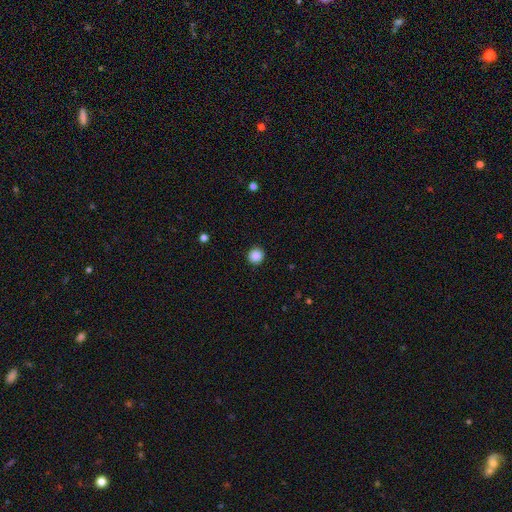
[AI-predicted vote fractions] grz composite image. It shows a smooth galaxy with no disk features (87%) that is round (94%). Merging: none (92%).